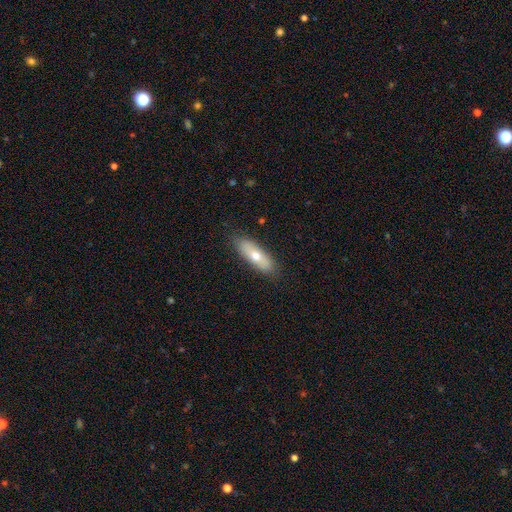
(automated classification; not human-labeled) Morphology: type=smooth (67%); roundness=in between (60%); merging=none (84%).